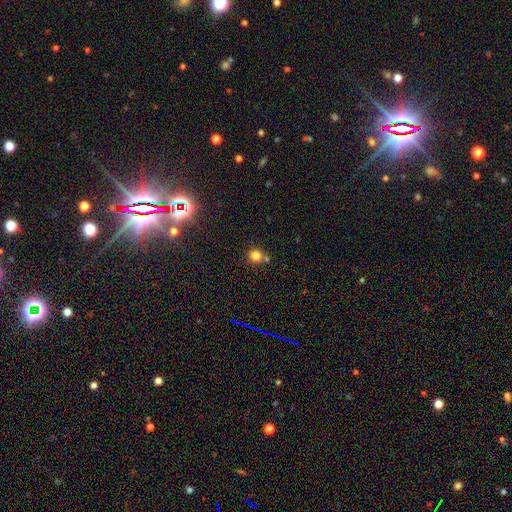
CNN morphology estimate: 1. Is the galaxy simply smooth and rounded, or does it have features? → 79% smooth, 15% star or artifact, 6% featured or disk.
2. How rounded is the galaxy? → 92% round, 7% in between, 1% cigar-shaped.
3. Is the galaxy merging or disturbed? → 72% none, 15% merger, 10% minor disturbance, 3% major disturbance.